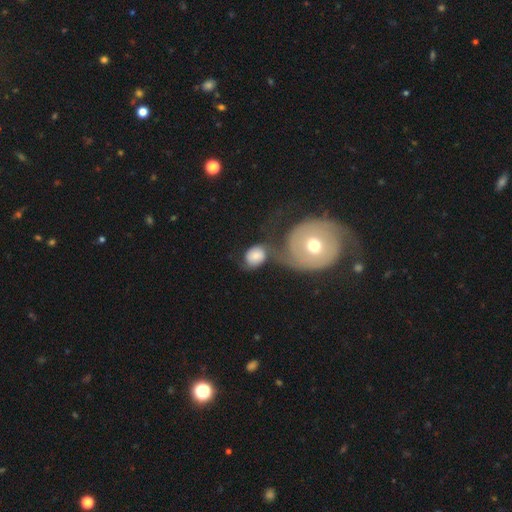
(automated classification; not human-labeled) Morphology: type=smooth (70%); roundness=round (52%); merging=merger (37%).